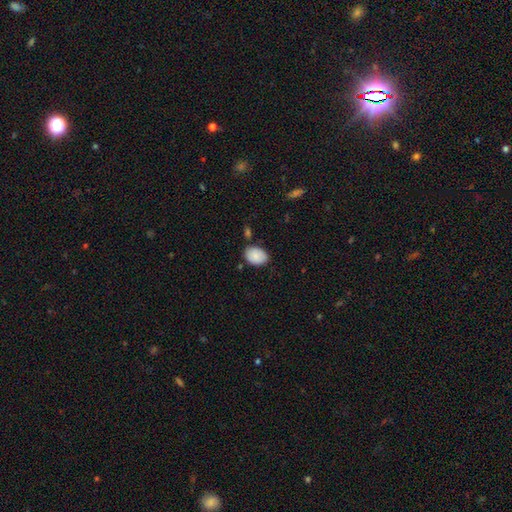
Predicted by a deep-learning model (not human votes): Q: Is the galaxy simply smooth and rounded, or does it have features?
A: smooth — 88%.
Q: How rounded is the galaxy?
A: in between — 77%.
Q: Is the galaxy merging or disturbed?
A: none — 75%.